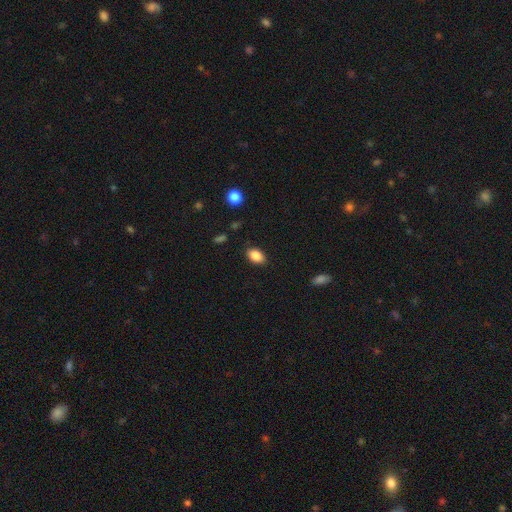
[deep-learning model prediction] Smooth or featured?
  - smooth: 87% *
  - star or artifact: 8%
  - featured or disk: 5%
How rounded?
  - in between: 87% *
  - round: 11%
  - cigar-shaped: 2%
Merging?
  - none: 86% *
  - minor disturbance: 10%
  - major disturbance: 2%
  - merger: 1%